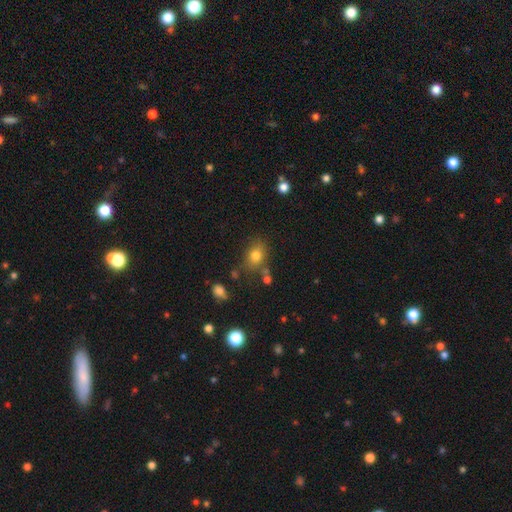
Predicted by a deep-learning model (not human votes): A smooth galaxy with no disk features (77%) that is in between round and cigar-shaped (55%). Merging: none (70%).